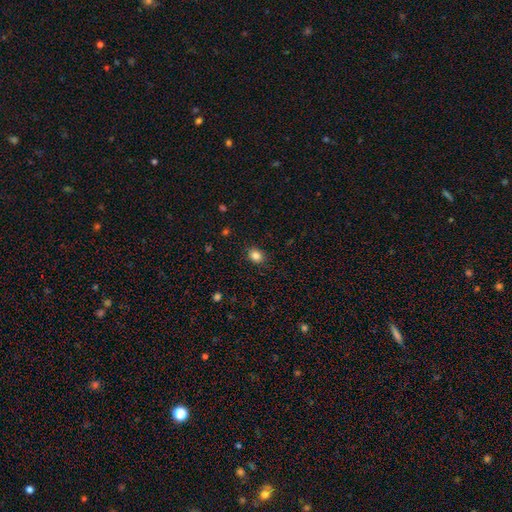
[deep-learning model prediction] This is clearly a smooth galaxy (85%). How rounded: possibly in between (51%). Merging: clearly none (88%).